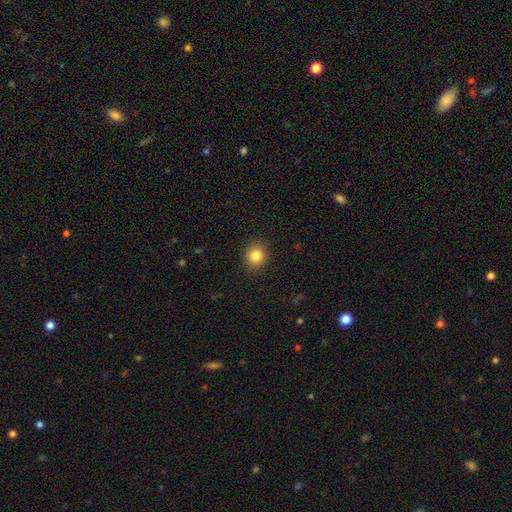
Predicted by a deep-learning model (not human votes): Smooth or featured? Predicted: smooth (p=0.84). How rounded? Predicted: round (p=0.83). Merging? Predicted: none (p=0.90).